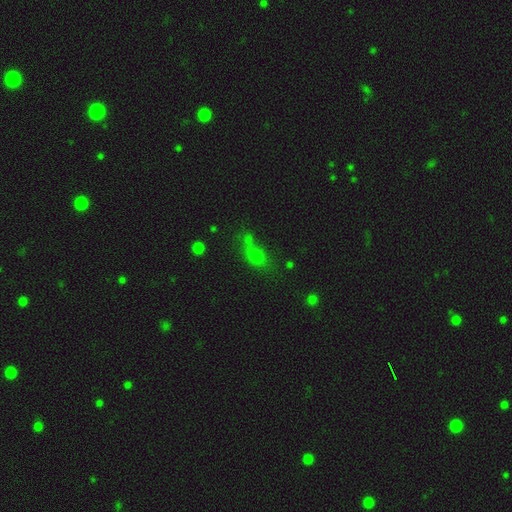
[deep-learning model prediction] Smooth or featured?
  - smooth: 68% *
  - star or artifact: 20%
  - featured or disk: 12%
How rounded?
  - in between: 50% *
  - round: 44%
  - cigar-shaped: 6%
Merging?
  - none: 42% *
  - merger: 30%
  - minor disturbance: 16%
  - major disturbance: 12%